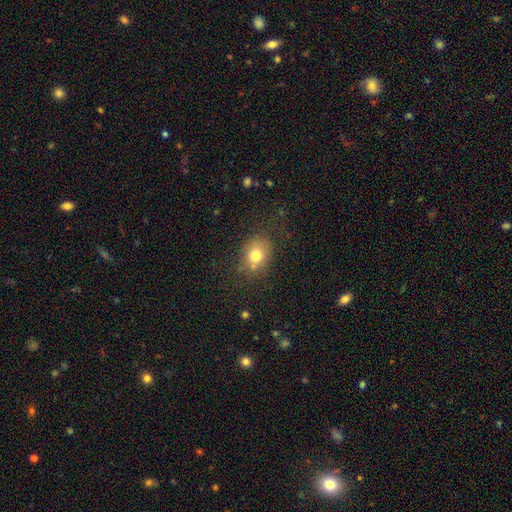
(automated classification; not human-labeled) The model was most divided on "how rounded": round: 56%, in between: 43%, cigar-shaped: 1%. More confident: smooth or featured — smooth (75%); merging — none (67%).